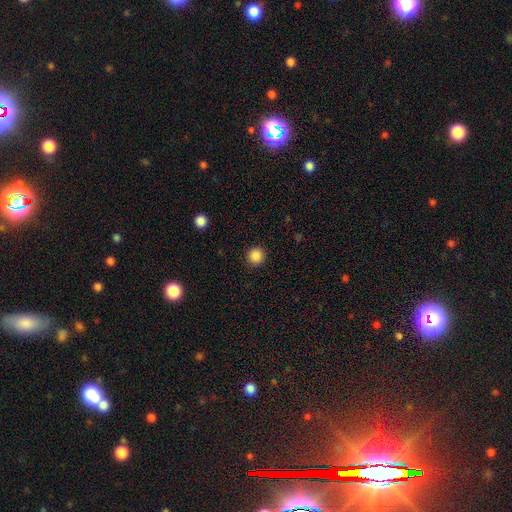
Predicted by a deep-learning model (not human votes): smooth_or_featured: smooth (p=0.87) [alt: star or artifact p=0.10]
how_rounded: round (p=0.95) [alt: in between p=0.04]
merging: none (p=0.92) [alt: minor disturbance p=0.05]